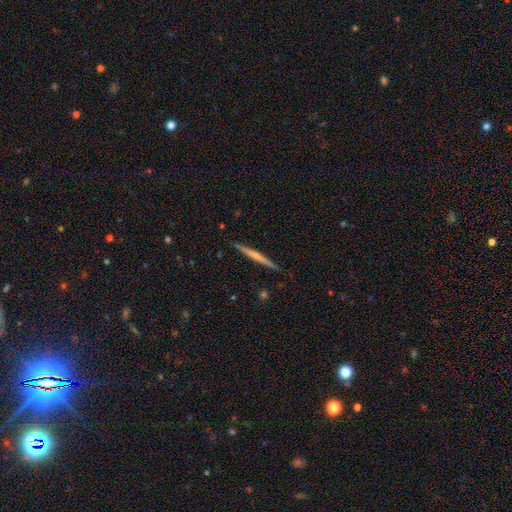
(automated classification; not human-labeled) Smooth or featured?
  - featured or disk: 56% *
  - smooth: 39%
  - star or artifact: 6%
Edge-on disk?
  - yes: 98% *
  - no: 2%
Edge-on bulge?
  - none: 64% *
  - rounded: 28%
  - boxy: 8%
Merging?
  - none: 90% *
  - minor disturbance: 8%
  - major disturbance: 1%
  - merger: 1%